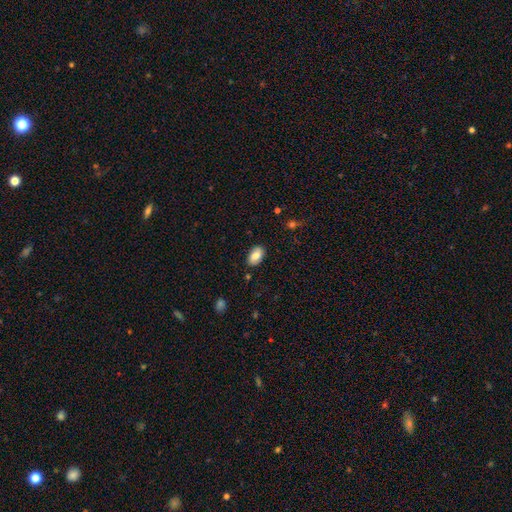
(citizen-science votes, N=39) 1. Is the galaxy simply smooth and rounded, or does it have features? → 74% smooth, 21% featured or disk, 5% star or artifact.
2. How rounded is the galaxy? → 93% in between, 7% round, 0% cigar-shaped.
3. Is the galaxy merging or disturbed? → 89% none, 11% minor disturbance, 0% major disturbance, 0% merger.